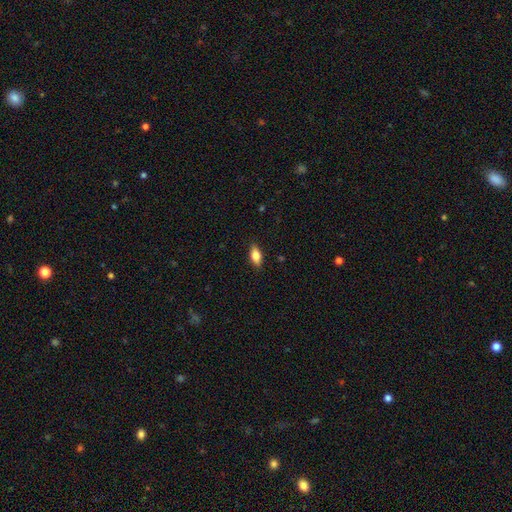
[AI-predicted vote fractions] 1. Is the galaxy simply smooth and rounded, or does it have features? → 79% smooth, 14% featured or disk, 7% star or artifact.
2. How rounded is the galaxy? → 85% in between, 11% cigar-shaped, 3% round.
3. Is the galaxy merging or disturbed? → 87% none, 10% minor disturbance, 2% major disturbance, 1% merger.